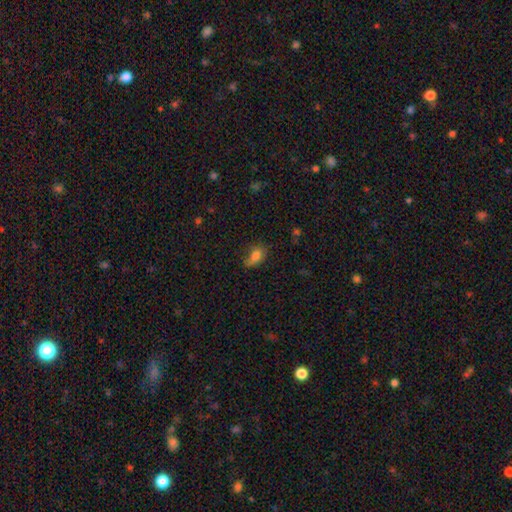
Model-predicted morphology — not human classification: A smooth galaxy with no disk features (78%) that is in between round and cigar-shaped (84%). Merging: none (46%).